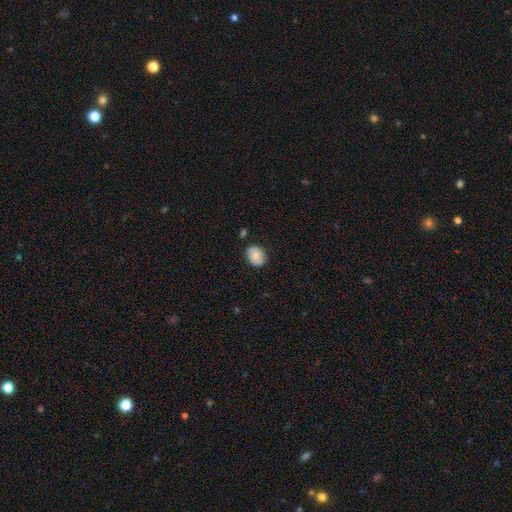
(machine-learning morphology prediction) Smooth or featured: smooth — 68% (featured or disk — 24%)
How rounded: round — 53% (in between — 46%)
Merging: none — 81% (minor disturbance — 14%)